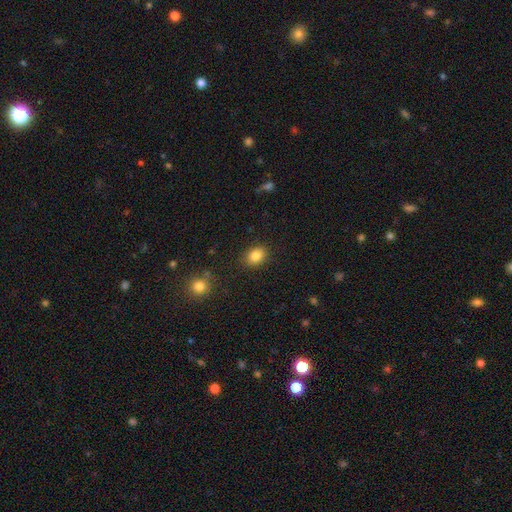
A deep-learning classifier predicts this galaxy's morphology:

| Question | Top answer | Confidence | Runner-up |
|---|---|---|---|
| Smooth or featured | smooth | 85% | star or artifact (9%) |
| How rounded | in between | 65% | round (34%) |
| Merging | none | 87% | minor disturbance (9%) |